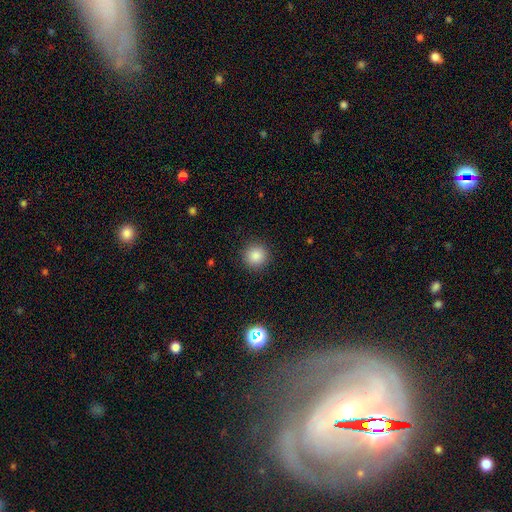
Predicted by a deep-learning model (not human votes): smooth_or_featured: smooth (p=0.86) [alt: star or artifact p=0.10]
how_rounded: round (p=0.94) [alt: in between p=0.05]
merging: none (p=0.91) [alt: minor disturbance p=0.06]